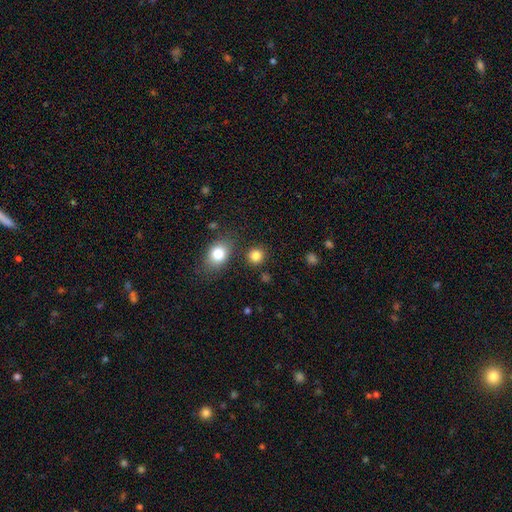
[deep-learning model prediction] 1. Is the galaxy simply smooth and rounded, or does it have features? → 82% smooth, 12% star or artifact, 5% featured or disk.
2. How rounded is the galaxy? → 85% round, 14% in between, 1% cigar-shaped.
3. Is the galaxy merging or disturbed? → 85% none, 7% minor disturbance, 5% merger, 3% major disturbance.